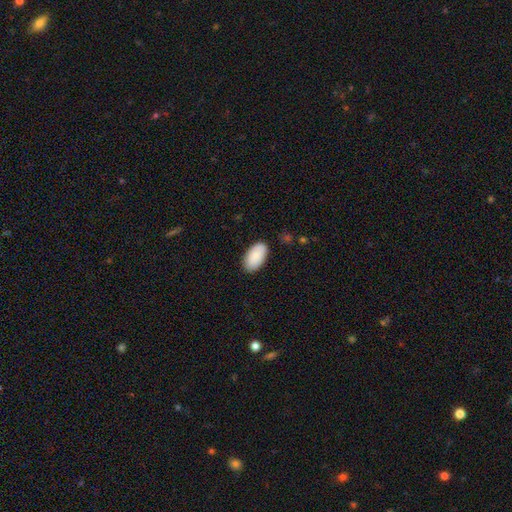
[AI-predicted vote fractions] A smooth galaxy with no disk features (86%) that is in between round and cigar-shaped (96%).

Vote fractions:
- Smooth or featured? smooth: 86% / featured or disk: 7% / star or artifact: 6%
- How rounded? in between: 96% / round: 3% / cigar-shaped: 2%
- Merging? none: 85% / minor disturbance: 12% / major disturbance: 2% / merger: 1%